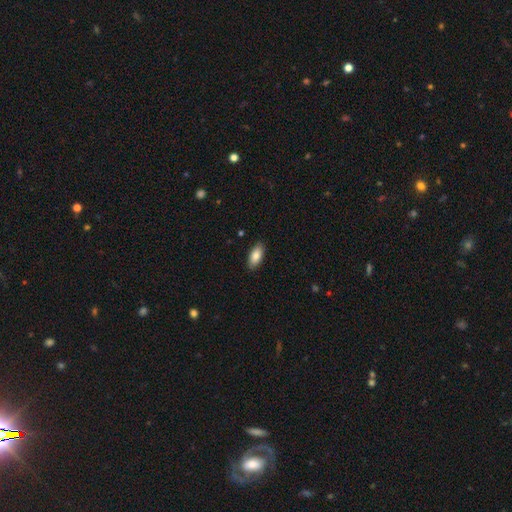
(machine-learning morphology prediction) smooth 84%, featured or disk 10%, star or artifact 6%. Down the decision tree: how rounded — in between (89%); merging — none (88%).